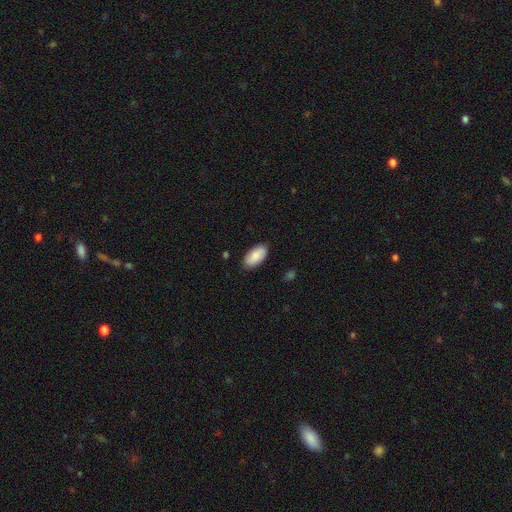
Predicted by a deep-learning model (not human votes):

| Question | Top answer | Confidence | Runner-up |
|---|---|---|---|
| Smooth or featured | smooth | 87% | featured or disk (7%) |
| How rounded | in between | 95% | cigar-shaped (3%) |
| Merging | none | 85% | minor disturbance (12%) |